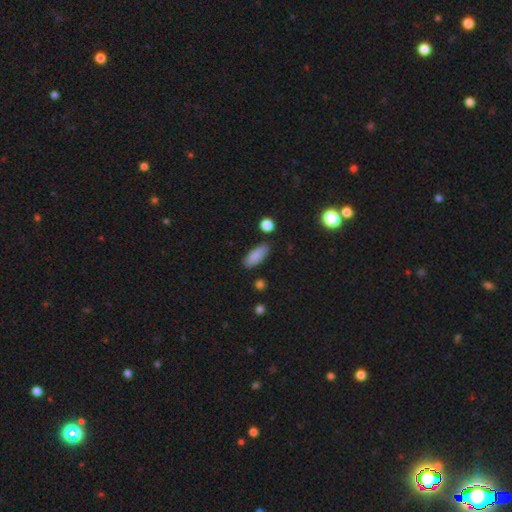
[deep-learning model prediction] Smooth or featured: smooth — 87% (star or artifact — 7%)
How rounded: in between — 74% (cigar-shaped — 23%)
Merging: none — 84% (minor disturbance — 11%)